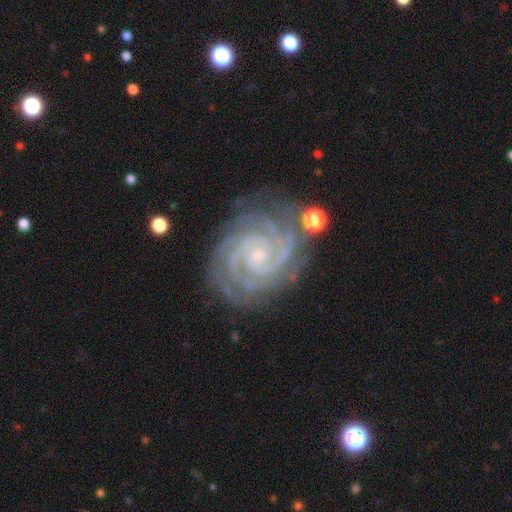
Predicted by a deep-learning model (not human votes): Smooth or featured? Predicted: featured or disk (p=0.93). Edge-on disk? Predicted: no (p=0.98). Bar? Predicted: no (p=0.67). Spiral arms? Predicted: yes (p=0.99). Spiral winding? Predicted: tight (p=0.83). Spiral arm count? Predicted: 2 (p=0.37). Bulge size? Predicted: small (p=0.78). Merging? Predicted: none (p=0.78).